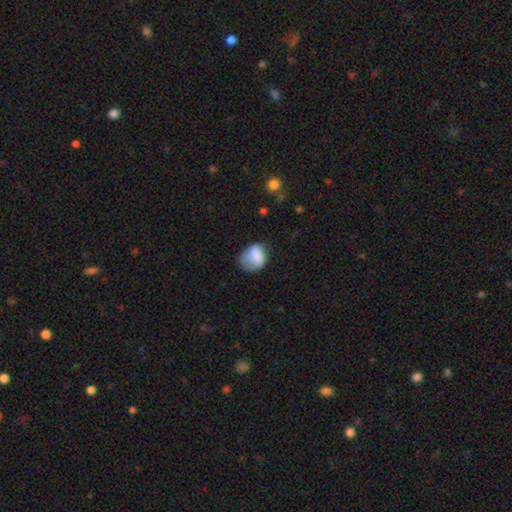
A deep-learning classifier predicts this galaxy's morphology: Smooth or featured?
  - smooth: 76% *
  - featured or disk: 15%
  - star or artifact: 9%
How rounded?
  - in between: 51% *
  - round: 48%
  - cigar-shaped: 1%
Merging?
  - none: 37% *
  - minor disturbance: 36%
  - major disturbance: 24%
  - merger: 3%